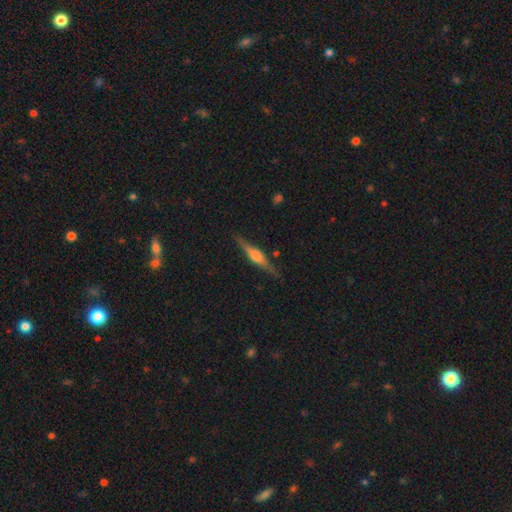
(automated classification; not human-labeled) Smooth or featured: featured or disk — 77% (smooth — 17%)
Edge-on disk: yes — 98% (no — 2%)
Edge-on bulge: rounded — 80% (boxy — 15%)
Merging: none — 87% (minor disturbance — 9%)